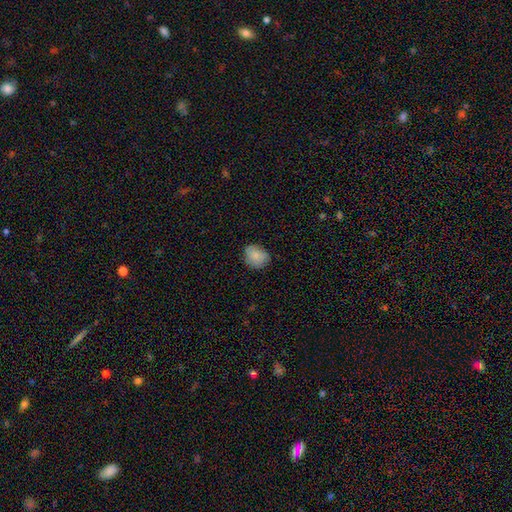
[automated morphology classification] This is clearly a smooth galaxy (81%). How rounded: likely round (65%). Merging: likely none (74%).